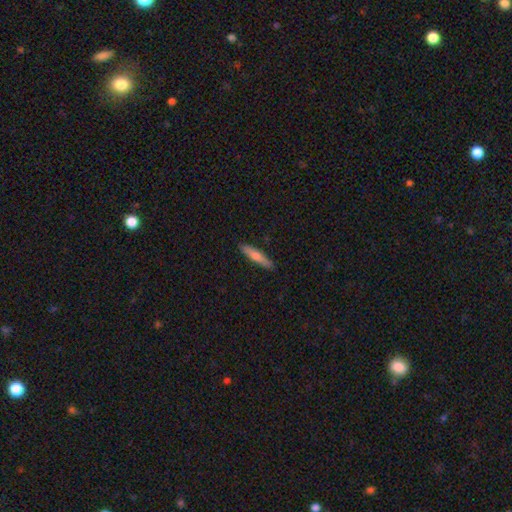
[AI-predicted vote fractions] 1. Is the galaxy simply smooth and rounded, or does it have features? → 66% smooth, 29% featured or disk, 6% star or artifact.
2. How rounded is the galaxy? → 89% cigar-shaped, 10% in between, 1% round.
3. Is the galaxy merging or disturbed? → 90% none, 8% minor disturbance, 2% major disturbance, 1% merger.